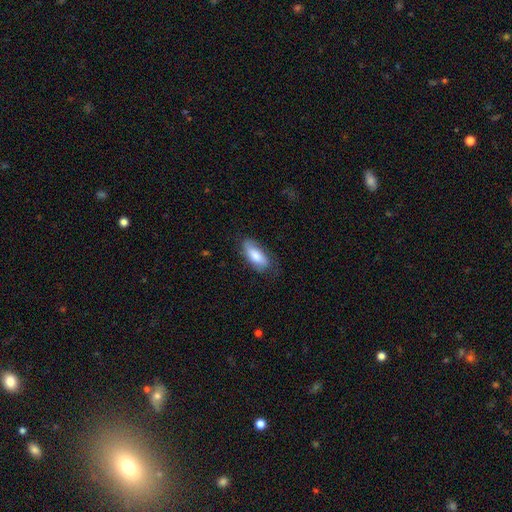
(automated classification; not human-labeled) This is likely a smooth galaxy (76%). How rounded: clearly in between (80%). Merging: likely none (69%).